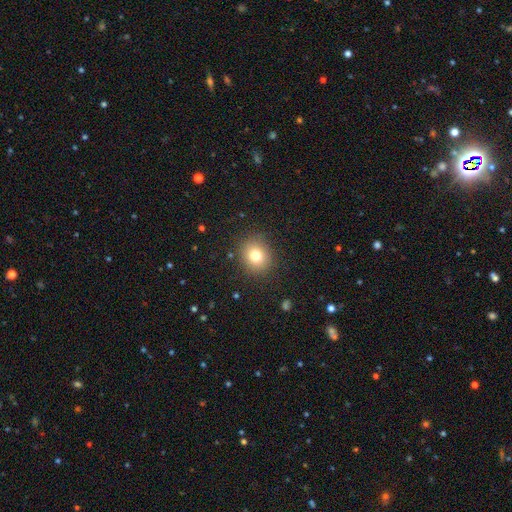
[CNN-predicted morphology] smooth-or-featured: smooth: 78% | star or artifact: 13% | featured or disk: 9%
  how-rounded: round: 76% | in between: 23% | cigar-shaped: 1%
  merging: none: 87% | minor disturbance: 8% | major disturbance: 3% | merger: 1%